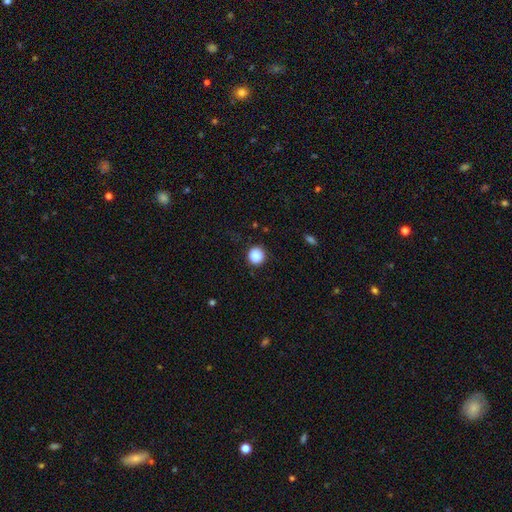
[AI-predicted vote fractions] smooth_or_featured: smooth (p=0.89) [alt: star or artifact p=0.09]
how_rounded: round (p=0.93) [alt: in between p=0.06]
merging: none (p=0.88) [alt: minor disturbance p=0.08]